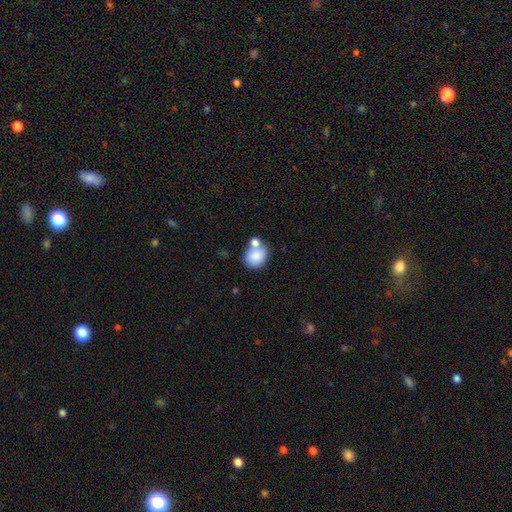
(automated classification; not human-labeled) Morphology: type=smooth (82%); roundness=round (59%); merging=none (45%).